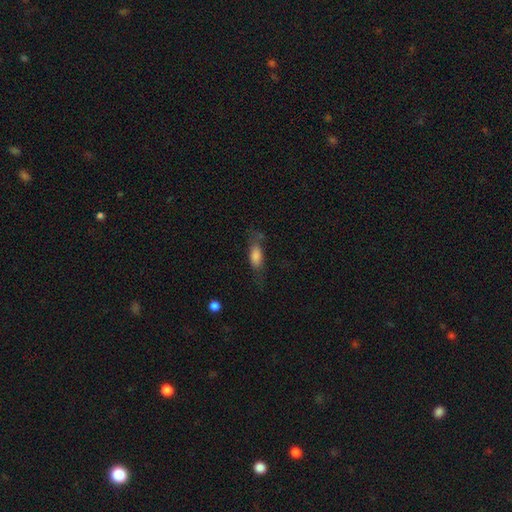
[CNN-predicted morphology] type=smooth (73%); roundness=in between (71%); merging=none (53%).